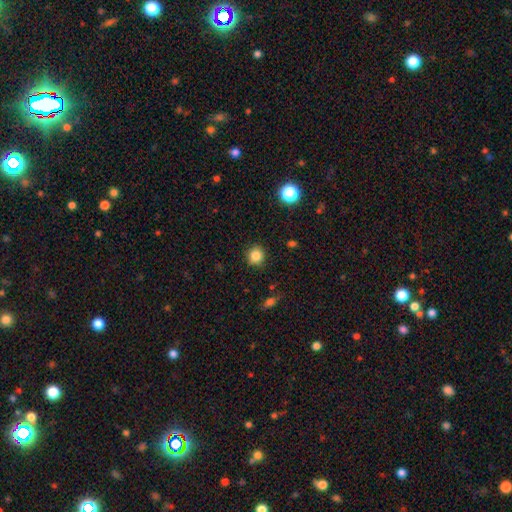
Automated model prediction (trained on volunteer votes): Smooth or featured? smooth (84%)
How rounded? round (89%)
Merging? none (89%)